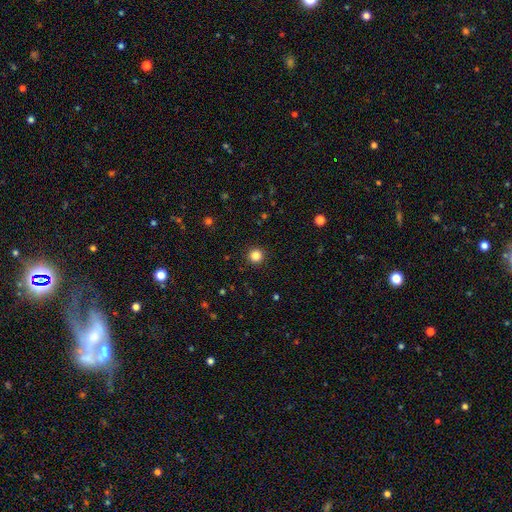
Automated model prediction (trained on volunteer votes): Morphology: type=smooth (84%); roundness=round (95%); merging=none (93%).